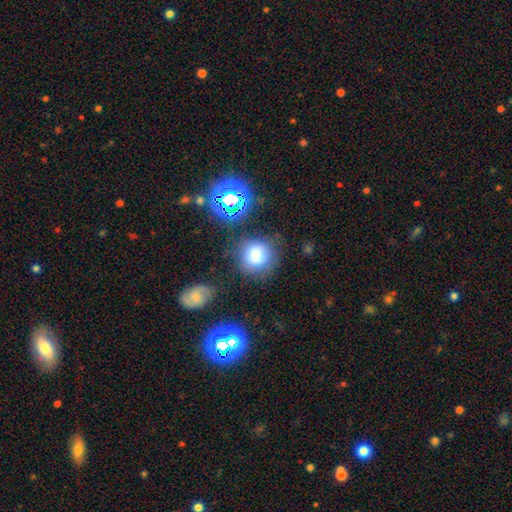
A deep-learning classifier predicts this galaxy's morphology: Smooth or featured?
  - smooth: 75% *
  - star or artifact: 16%
  - featured or disk: 9%
How rounded?
  - round: 86% *
  - in between: 13%
  - cigar-shaped: 1%
Merging?
  - none: 70% *
  - minor disturbance: 18%
  - major disturbance: 7%
  - merger: 5%